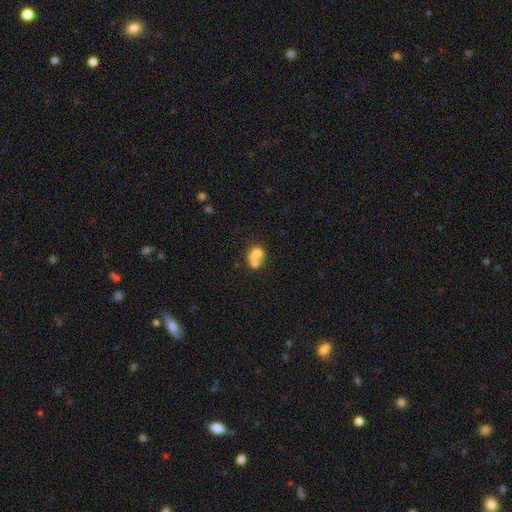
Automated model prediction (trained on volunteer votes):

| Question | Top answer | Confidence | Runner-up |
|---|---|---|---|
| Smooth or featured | smooth | 62% | featured or disk (27%) |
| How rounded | round | 64% | in between (35%) |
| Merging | merger | 62% | none (26%) |